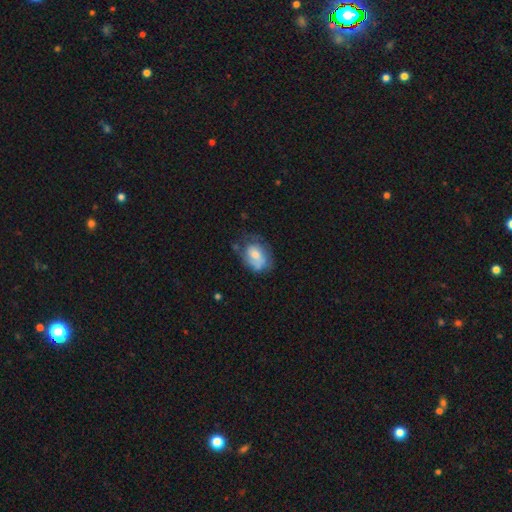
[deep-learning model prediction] Overall: smooth (50%; featured or disk 43%). Merging: none (45%; minor disturbance 31%).